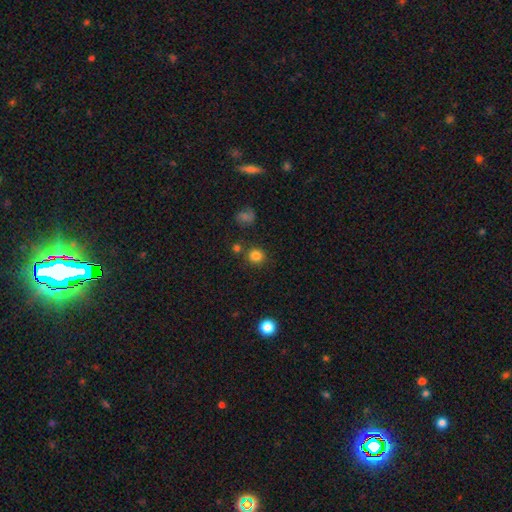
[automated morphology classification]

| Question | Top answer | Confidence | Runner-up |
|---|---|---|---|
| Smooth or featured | smooth | 82% | star or artifact (13%) |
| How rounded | round | 88% | in between (11%) |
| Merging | none | 81% | minor disturbance (9%) |